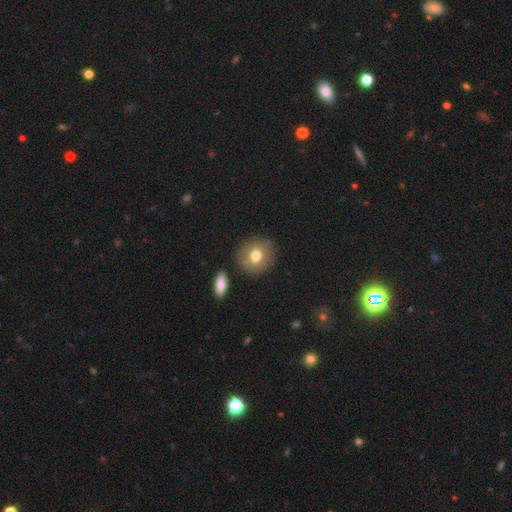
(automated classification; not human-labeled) Smooth or featured?
  - smooth: 73% *
  - featured or disk: 18%
  - star or artifact: 8%
How rounded?
  - round: 85% *
  - in between: 14%
  - cigar-shaped: 1%
Merging?
  - none: 83% *
  - minor disturbance: 10%
  - merger: 4%
  - major disturbance: 3%